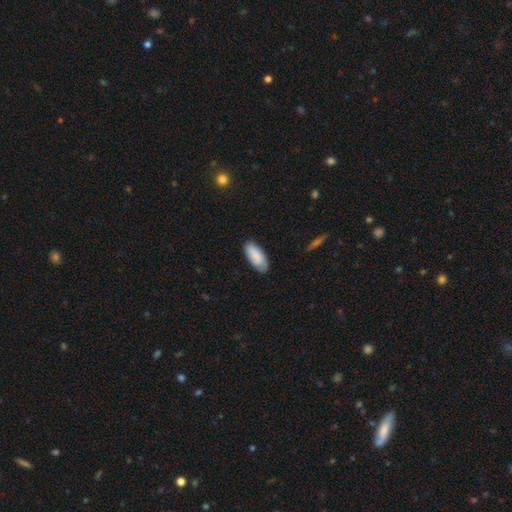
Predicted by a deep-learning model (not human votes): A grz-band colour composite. It shows a smooth galaxy with no disk features (84%) that is in between round and cigar-shaped (87%). Merging: none (79%).